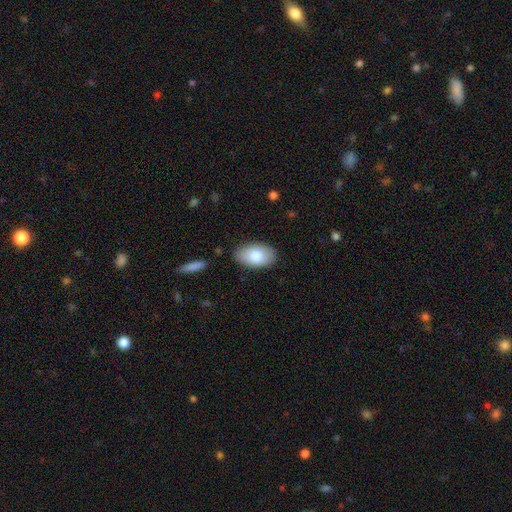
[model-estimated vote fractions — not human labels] smooth_or_featured: smooth (p=0.81) [alt: featured or disk p=0.13]
how_rounded: in between (p=0.93) [alt: round p=0.05]
merging: none (p=0.83) [alt: minor disturbance p=0.13]